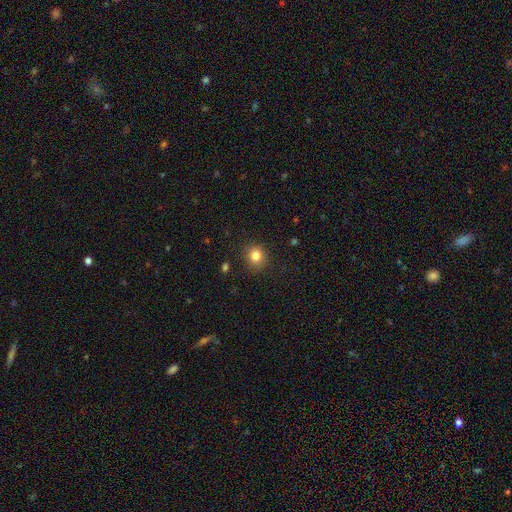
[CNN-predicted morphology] Q: Smooth or featured?
A: smooth (82%); runner-up: star or artifact (12%)
Q: How rounded?
A: round (80%); runner-up: in between (19%)
Q: Merging?
A: none (88%); runner-up: minor disturbance (8%)